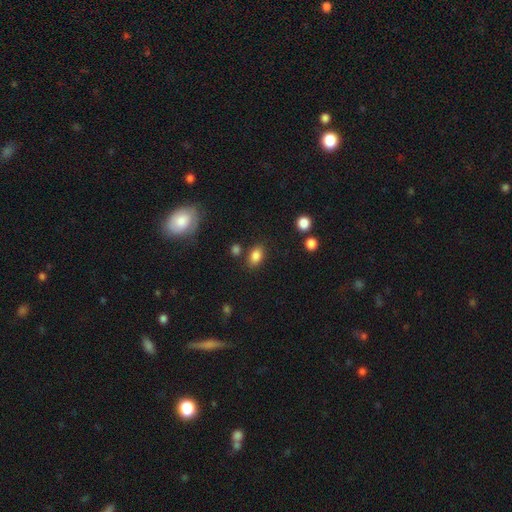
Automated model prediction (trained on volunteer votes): Q: Smooth or featured?
A: smooth (84%); runner-up: star or artifact (10%)
Q: How rounded?
A: in between (84%); runner-up: round (15%)
Q: Merging?
A: none (79%); runner-up: minor disturbance (12%)